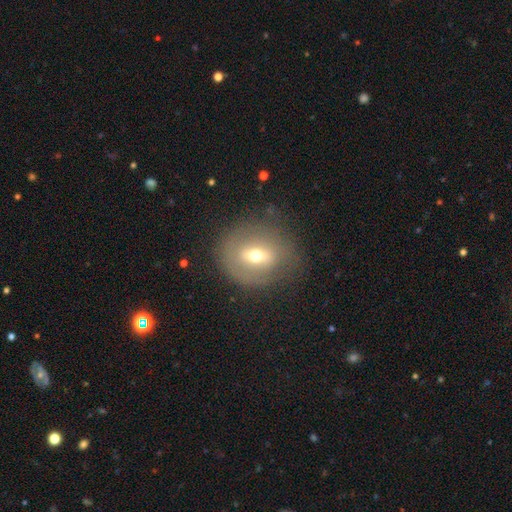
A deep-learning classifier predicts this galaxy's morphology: This appears to be a smooth galaxy with no disk features (47%). Merging: none (73%).